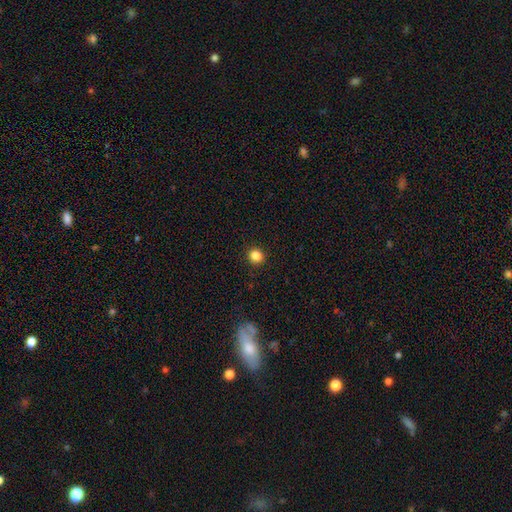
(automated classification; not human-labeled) Q: Smooth or featured?
A: smooth (85%); runner-up: star or artifact (11%)
Q: How rounded?
A: round (90%); runner-up: in between (9%)
Q: Merging?
A: none (93%); runner-up: minor disturbance (5%)